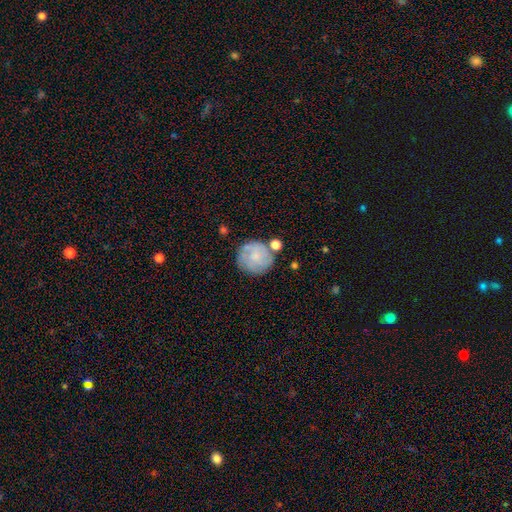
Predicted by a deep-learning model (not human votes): smooth 51%, featured or disk 41%, star or artifact 8%. Down the decision tree: how rounded — round (91%); merging — none (67%).